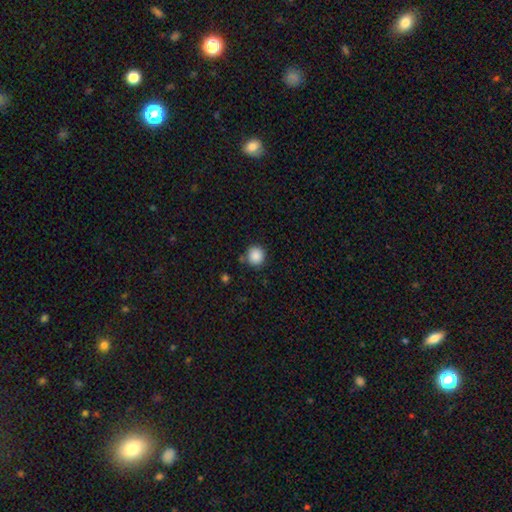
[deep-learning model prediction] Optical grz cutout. It shows a smooth galaxy with no disk features (88%) that is round (91%). Merging: none (82%).